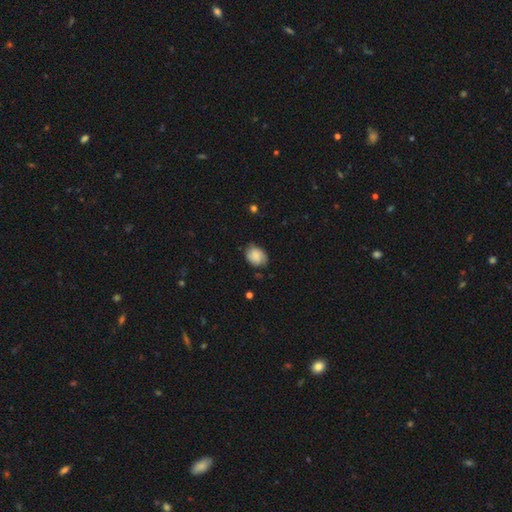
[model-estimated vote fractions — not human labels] smooth-or-featured: smooth: 80% | featured or disk: 12% | star or artifact: 8%
  how-rounded: in between: 59% | round: 40% | cigar-shaped: 1%
  merging: none: 67% | minor disturbance: 26% | major disturbance: 5% | merger: 1%